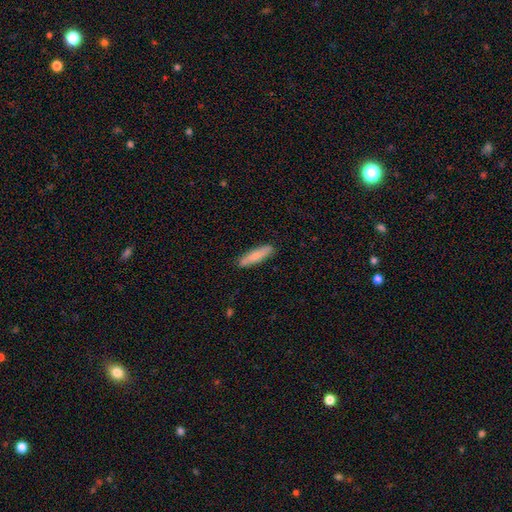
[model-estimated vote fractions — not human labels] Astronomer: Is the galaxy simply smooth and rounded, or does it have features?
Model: smooth — 71%.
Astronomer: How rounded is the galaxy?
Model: cigar-shaped — 77%.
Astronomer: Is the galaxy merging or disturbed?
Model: none — 87%.